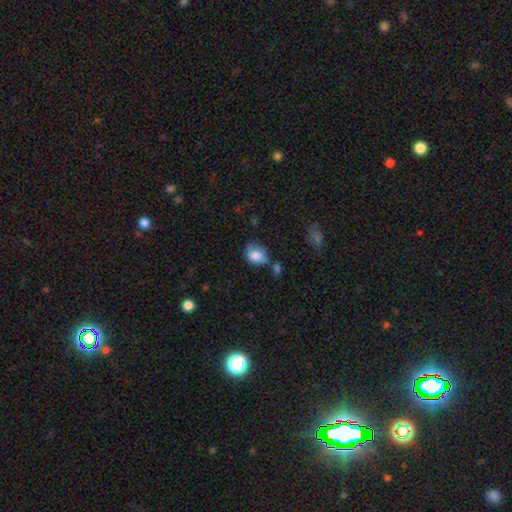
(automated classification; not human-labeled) Smooth or featured? Predicted: smooth (p=0.78). How rounded? Predicted: round (p=0.50). Merging? Predicted: none (p=0.42).